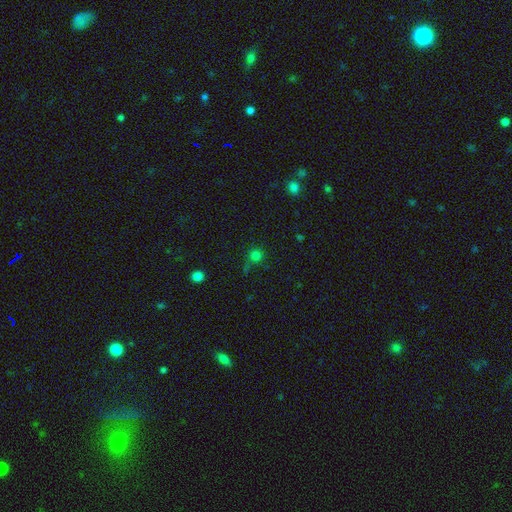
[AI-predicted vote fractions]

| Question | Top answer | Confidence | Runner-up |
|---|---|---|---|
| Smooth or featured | smooth | 73% | star or artifact (22%) |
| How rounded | round | 92% | in between (7%) |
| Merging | none | 69% | minor disturbance (14%) |